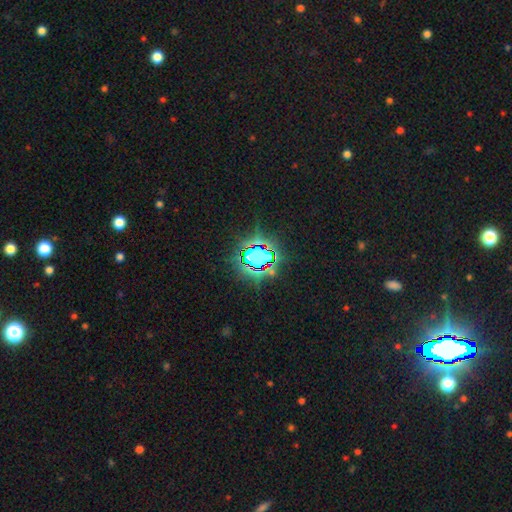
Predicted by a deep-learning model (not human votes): Smooth or featured? star or artifact (68%)